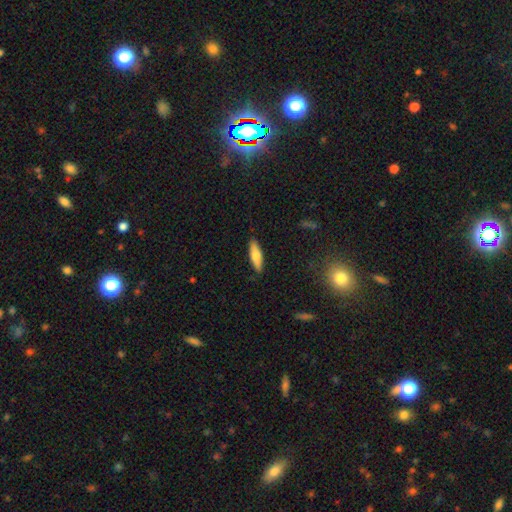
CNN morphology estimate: smooth_or_featured: smooth (p=0.67) [alt: featured or disk p=0.27]
how_rounded: cigar-shaped (p=0.58) [alt: in between p=0.40]
merging: none (p=0.89) [alt: minor disturbance p=0.08]